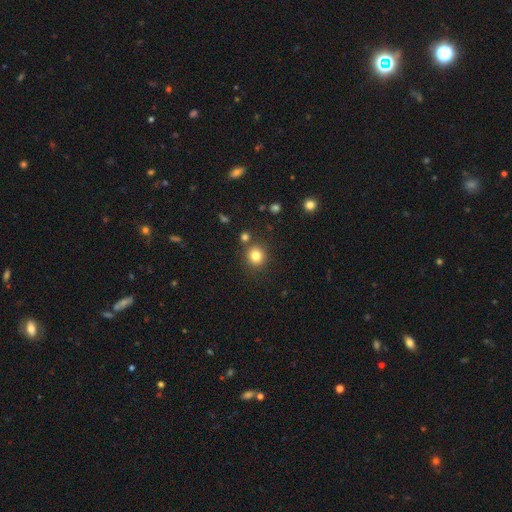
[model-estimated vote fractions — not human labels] smooth_or_featured: smooth (p=0.82) [alt: star or artifact p=0.12]
how_rounded: round (p=0.89) [alt: in between p=0.11]
merging: none (p=0.82) [alt: minor disturbance p=0.08]